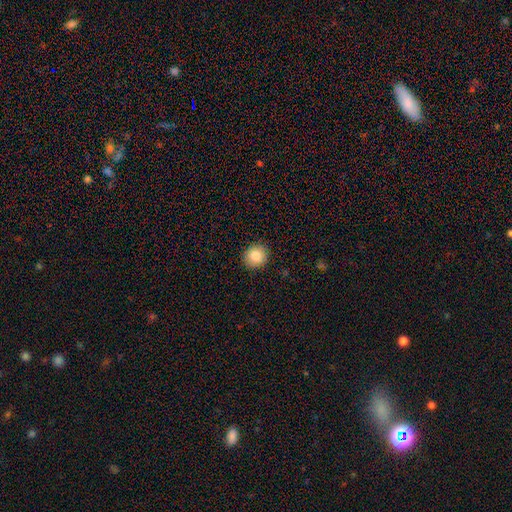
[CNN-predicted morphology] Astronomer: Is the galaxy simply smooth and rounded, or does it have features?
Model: smooth — 87%.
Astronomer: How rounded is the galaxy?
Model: round — 85%.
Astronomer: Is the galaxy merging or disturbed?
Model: none — 91%.